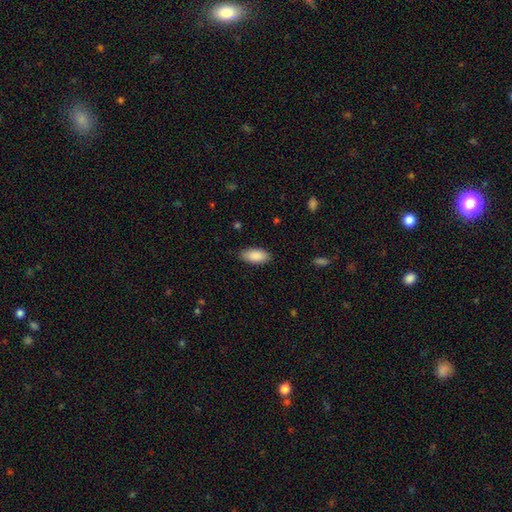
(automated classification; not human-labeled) Smooth or featured? Predicted: smooth (p=0.90). How rounded? Predicted: in between (p=0.91). Merging? Predicted: none (p=0.86).